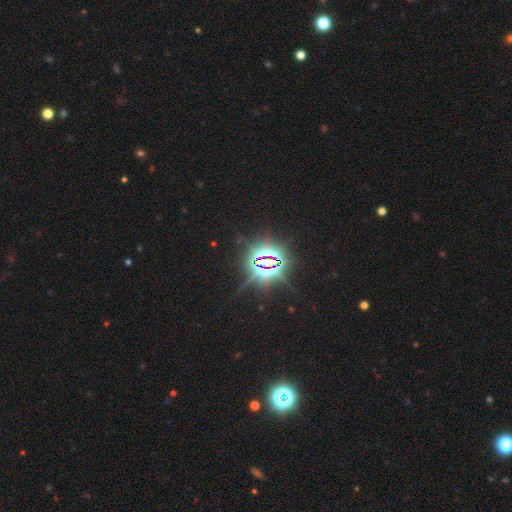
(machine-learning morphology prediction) This appears to be a star or artifact, not a galaxy (86%).